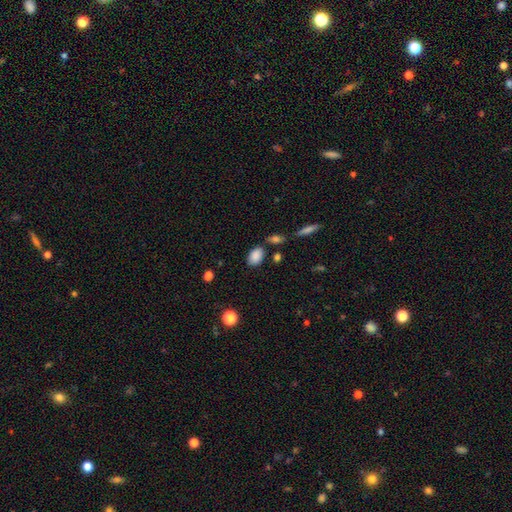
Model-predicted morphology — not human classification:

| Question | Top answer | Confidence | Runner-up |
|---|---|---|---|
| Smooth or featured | smooth | 87% | star or artifact (8%) |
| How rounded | in between | 87% | round (11%) |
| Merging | none | 75% | minor disturbance (15%) |